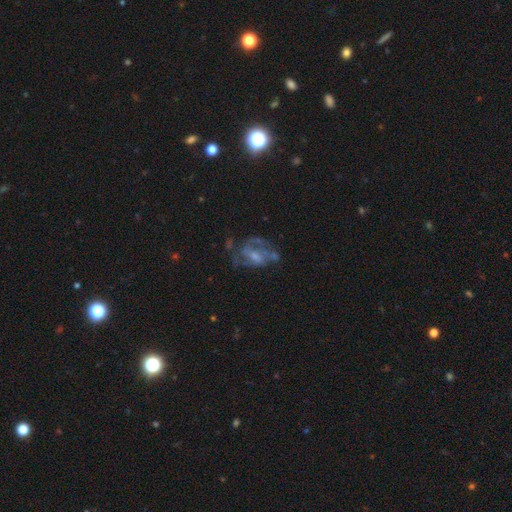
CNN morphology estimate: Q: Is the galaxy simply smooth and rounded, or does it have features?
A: featured or disk — 69%.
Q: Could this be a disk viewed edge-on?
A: no — 97%.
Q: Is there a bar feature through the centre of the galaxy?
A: no — 51%.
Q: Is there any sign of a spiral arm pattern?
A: yes — 55%.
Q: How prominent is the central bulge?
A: small — 44%.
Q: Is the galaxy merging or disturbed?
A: none — 38%.